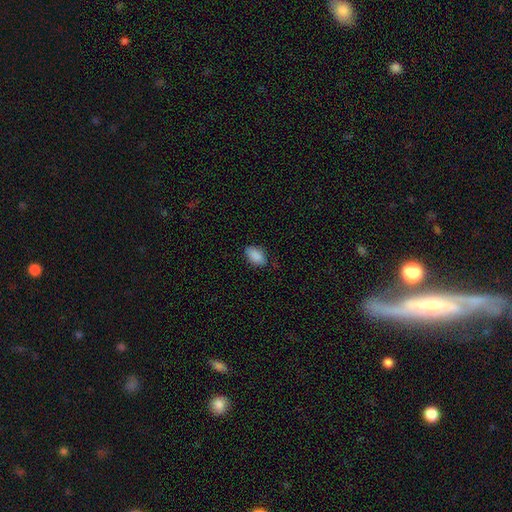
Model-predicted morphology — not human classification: Overall: smooth (89%). How rounded: in between (92%). Merging: none (78%).